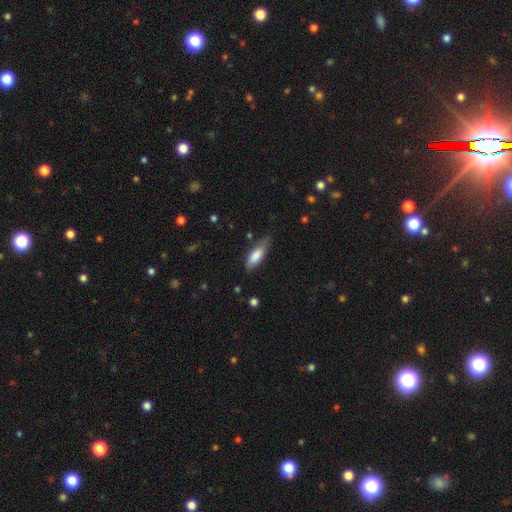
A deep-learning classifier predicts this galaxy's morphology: Smooth or featured: smooth — 80% (featured or disk — 14%)
How rounded: in between — 65% (cigar-shaped — 33%)
Merging: none — 61% (minor disturbance — 31%)